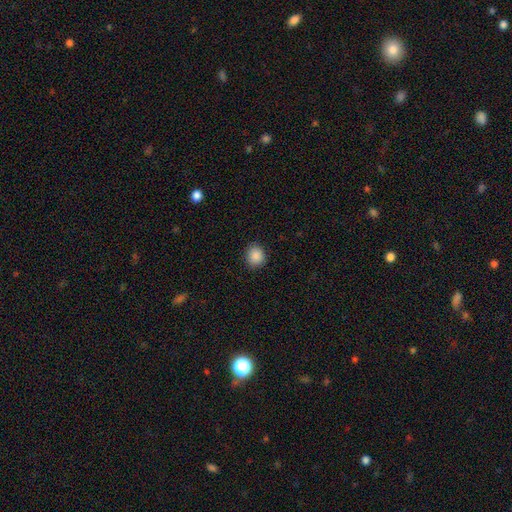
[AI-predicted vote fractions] Smooth or featured? smooth (88%)
How rounded? round (83%)
Merging? none (89%)